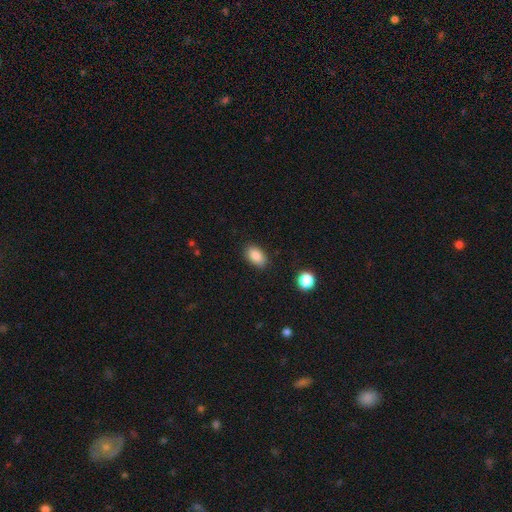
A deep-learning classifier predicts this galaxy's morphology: Smooth or featured? Predicted: smooth (p=0.86). How rounded? Predicted: in between (p=0.89). Merging? Predicted: none (p=0.86).